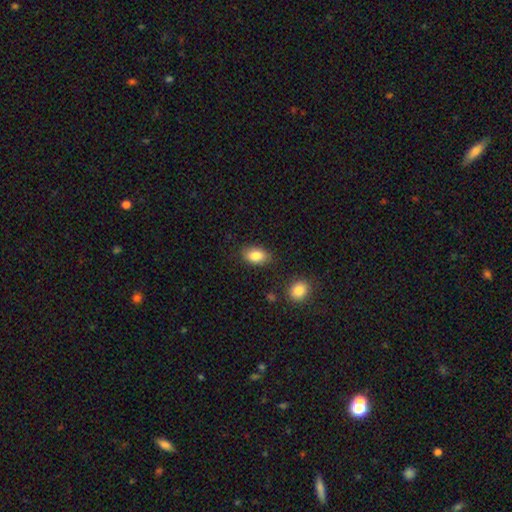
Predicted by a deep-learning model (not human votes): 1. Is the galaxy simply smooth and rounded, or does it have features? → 85% smooth, 8% star or artifact, 7% featured or disk.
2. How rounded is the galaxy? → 86% in between, 12% round, 2% cigar-shaped.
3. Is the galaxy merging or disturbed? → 81% none, 13% minor disturbance, 3% major disturbance, 3% merger.